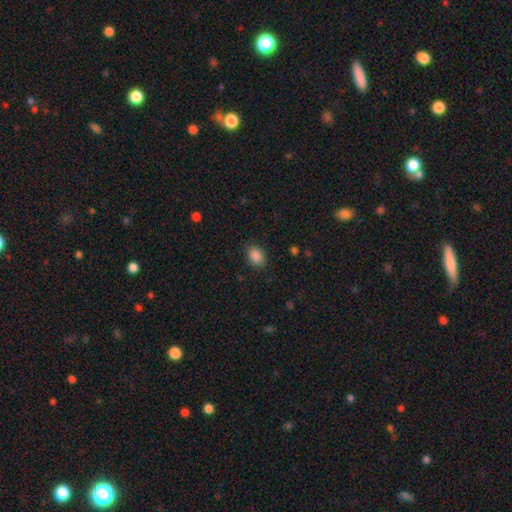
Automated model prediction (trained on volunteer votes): smooth 88%, star or artifact 9%, featured or disk 4%. Down the decision tree: how rounded — in between (73%); merging — none (84%).